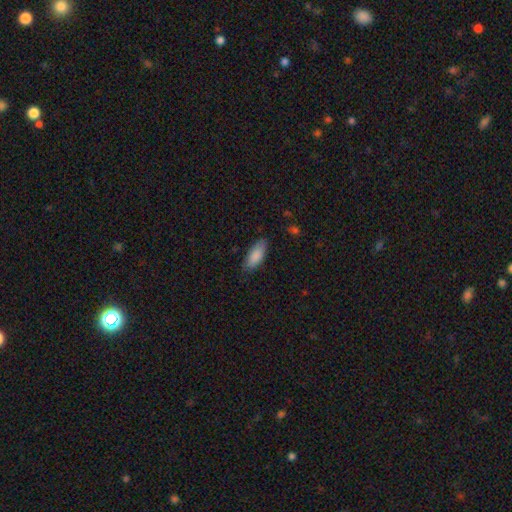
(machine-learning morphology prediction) This appears to be a smooth galaxy with no disk features (87%) that is in between round and cigar-shaped (79%). Merging: none (80%).